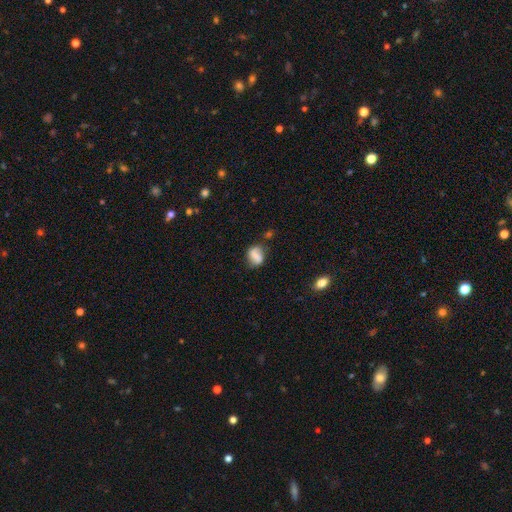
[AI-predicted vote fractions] Morphology: type=smooth (61%); roundness=in between (61%); merging=none (57%).